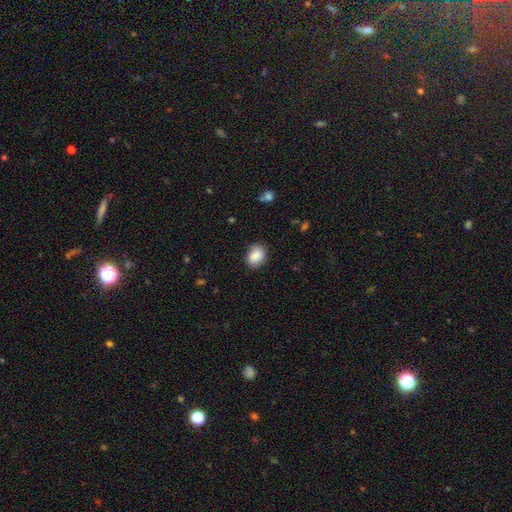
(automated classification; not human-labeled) Morphology: type=smooth (87%); roundness=in between (60%); merging=none (81%).